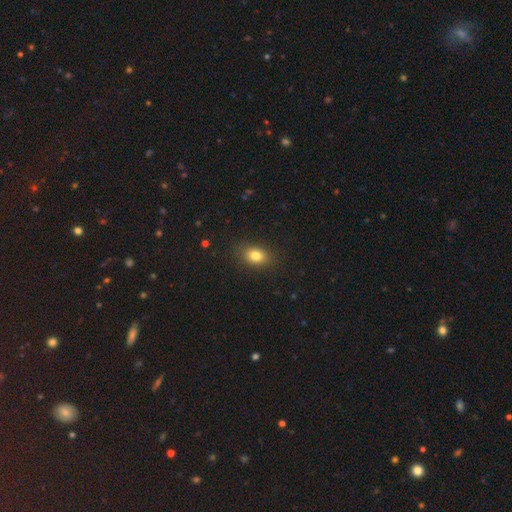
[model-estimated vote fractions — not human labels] Smooth or featured? Predicted: smooth (p=0.81). How rounded? Predicted: in between (p=0.73). Merging? Predicted: none (p=0.86).